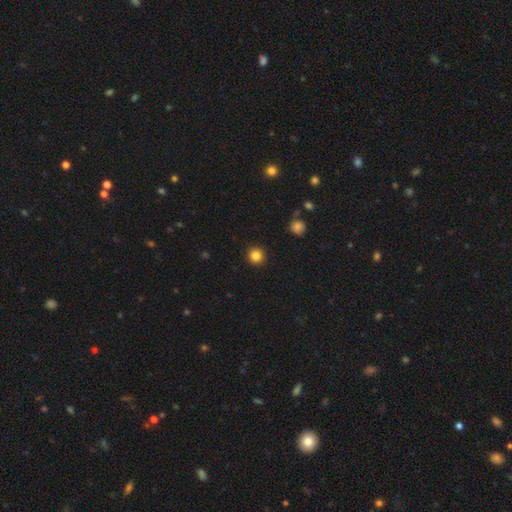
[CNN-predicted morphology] Smooth or featured: smooth — 84% (star or artifact — 11%)
How rounded: round — 93% (in between — 6%)
Merging: none — 92% (minor disturbance — 5%)